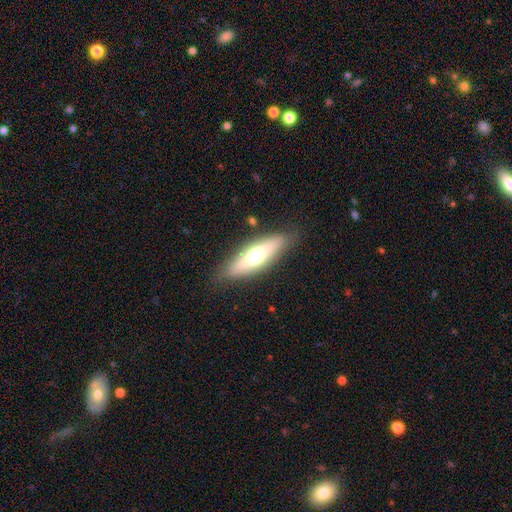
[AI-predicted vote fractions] Smooth or featured? smooth (54%)
How rounded? cigar-shaped (49%)
Merging? none (83%)